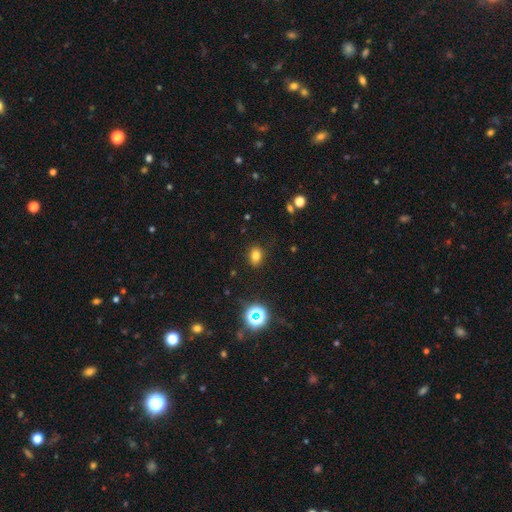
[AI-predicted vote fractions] A smooth galaxy with no disk features (77%) that is in between round and cigar-shaped (60%). Merging: none (87%).